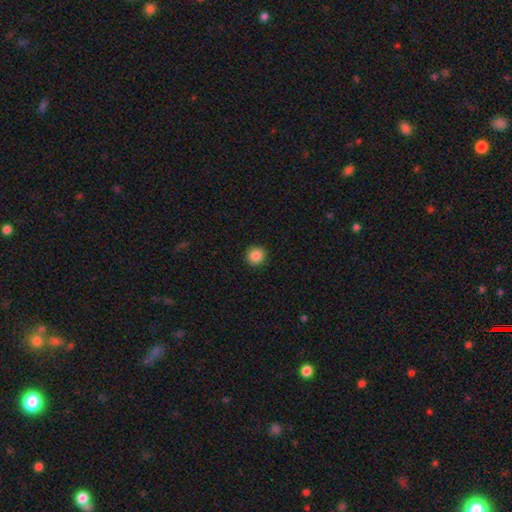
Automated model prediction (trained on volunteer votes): smooth_or_featured: smooth (p=0.88) [alt: star or artifact p=0.09]
how_rounded: round (p=0.93) [alt: in between p=0.06]
merging: none (p=0.92) [alt: minor disturbance p=0.05]